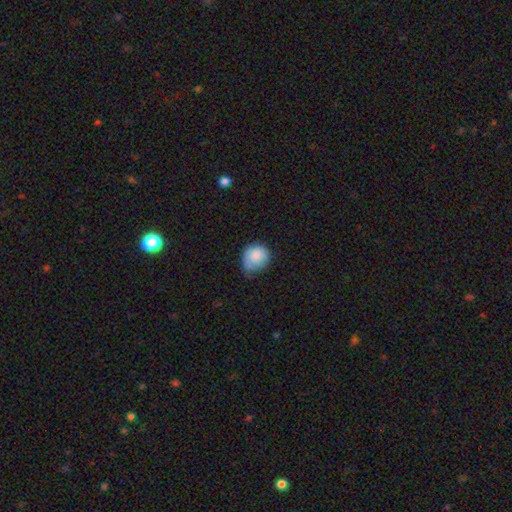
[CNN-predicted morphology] Smooth or featured? Predicted: smooth (p=0.84). How rounded? Predicted: round (p=0.74). Merging? Predicted: minor disturbance (p=0.44).